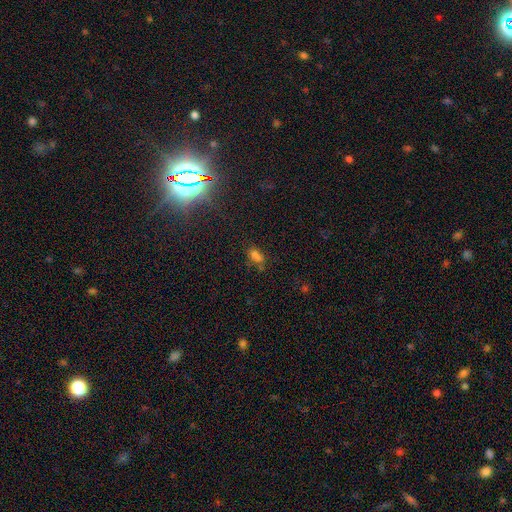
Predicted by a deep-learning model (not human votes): The model was most divided on "merging": none: 57%, minor disturbance: 21%, merger: 12%, major disturbance: 9%. More confident: how rounded — in between (84%); smooth or featured — smooth (67%).